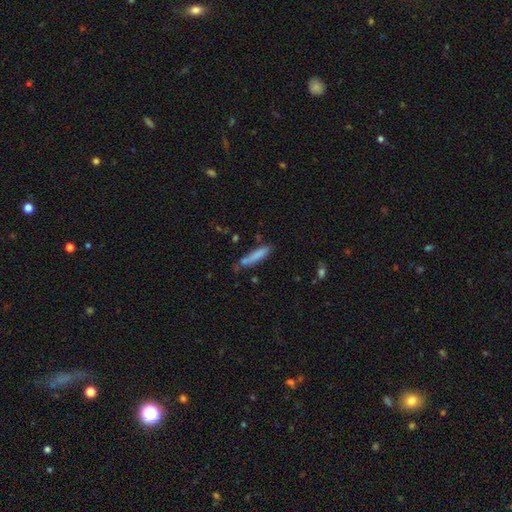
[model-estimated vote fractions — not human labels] The model was most divided on "merging": none: 70%, minor disturbance: 19%, merger: 6%, major disturbance: 4%. More confident: how rounded — cigar-shaped (89%); smooth or featured — smooth (79%).